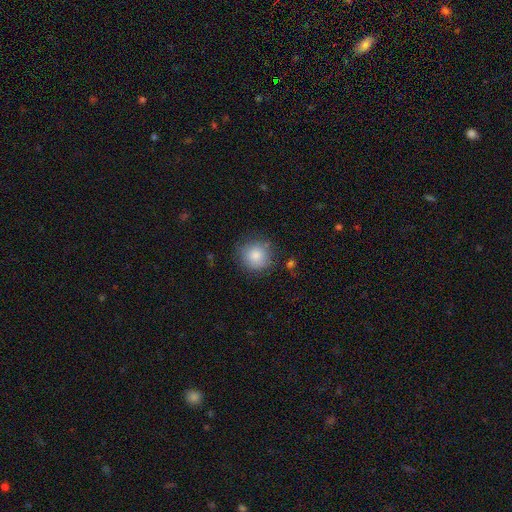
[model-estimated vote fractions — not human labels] smooth 83%, star or artifact 9%, featured or disk 8%. Down the decision tree: how rounded — round (91%); merging — none (79%).